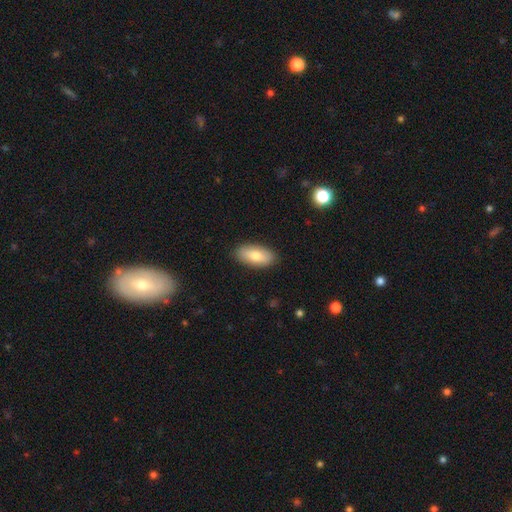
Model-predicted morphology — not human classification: This appears to be a smooth galaxy with no disk features (76%) that is in between round and cigar-shaped (90%). Merging: none (88%).